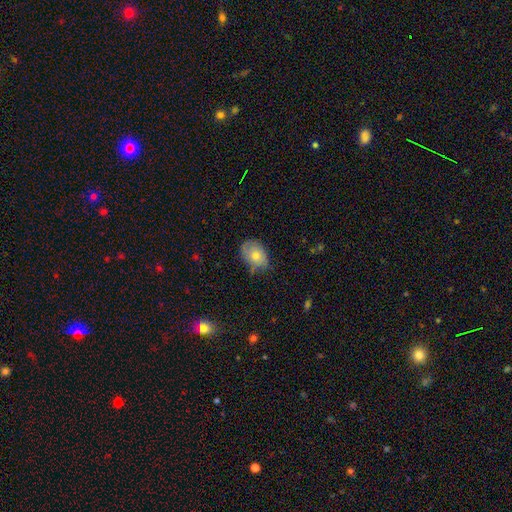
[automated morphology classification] Smooth or featured?
  - smooth: 70% *
  - featured or disk: 22%
  - star or artifact: 8%
How rounded?
  - in between: 79% *
  - round: 20%
  - cigar-shaped: 1%
Merging?
  - none: 65% *
  - minor disturbance: 28%
  - major disturbance: 5%
  - merger: 2%